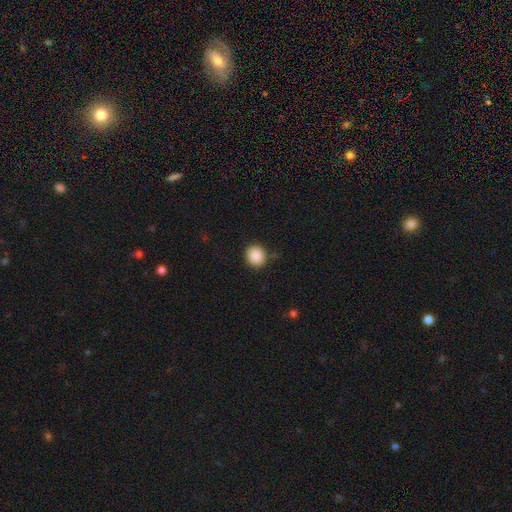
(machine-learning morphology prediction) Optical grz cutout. It shows a smooth galaxy with no disk features (89%) that is round (81%). Merging: none (84%).